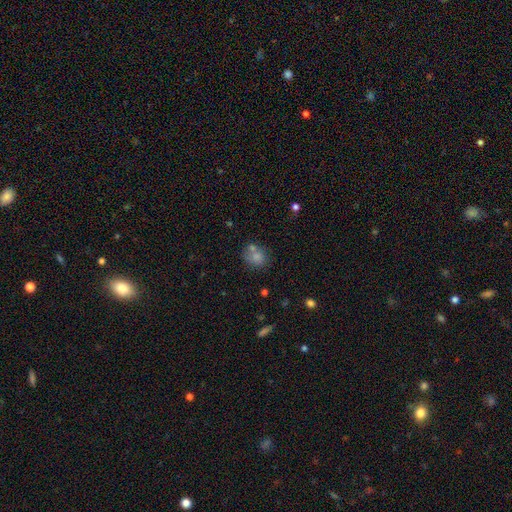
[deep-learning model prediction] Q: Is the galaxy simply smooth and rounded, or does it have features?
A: smooth — 76%.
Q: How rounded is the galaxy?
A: round — 69%.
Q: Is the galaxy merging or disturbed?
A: none — 54%.